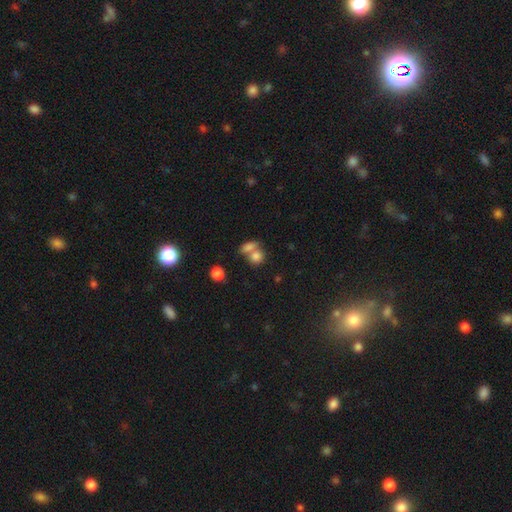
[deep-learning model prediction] smooth_or_featured: smooth (p=0.79) [alt: star or artifact p=0.11]
how_rounded: round (p=0.56) [alt: in between p=0.41]
merging: merger (p=0.54) [alt: none p=0.35]